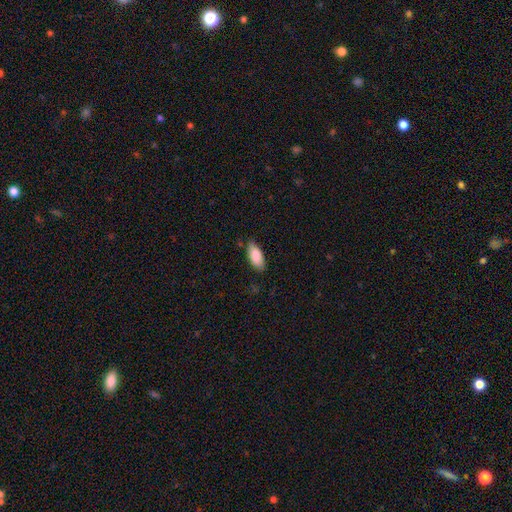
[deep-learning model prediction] Overall: smooth (88%). How rounded: in between (87%). Merging: none (79%).